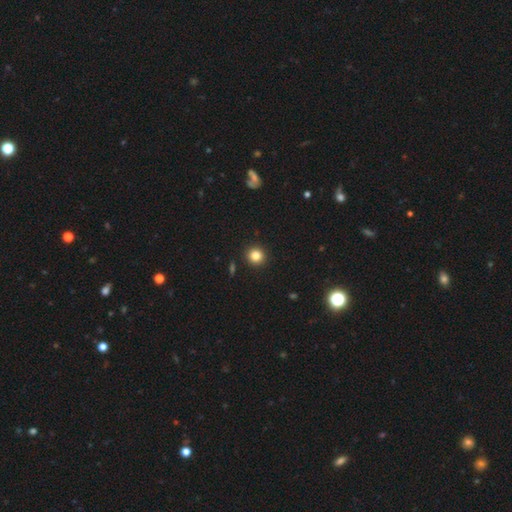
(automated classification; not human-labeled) smooth_or_featured: smooth (p=0.83) [alt: star or artifact p=0.11]
how_rounded: round (p=0.93) [alt: in between p=0.06]
merging: none (p=0.93) [alt: minor disturbance p=0.04]